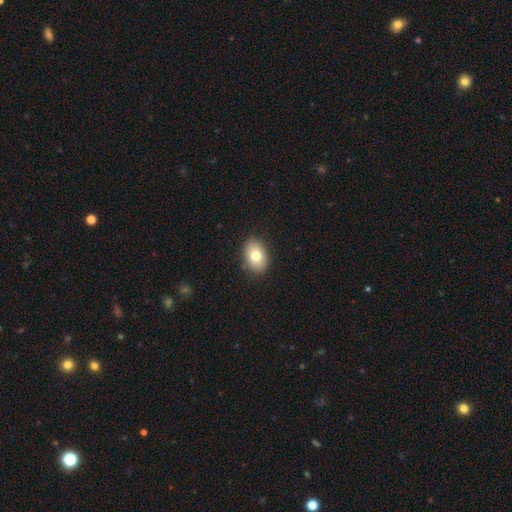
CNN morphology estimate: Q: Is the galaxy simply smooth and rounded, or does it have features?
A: smooth — 78%.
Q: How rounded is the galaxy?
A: in between — 83%.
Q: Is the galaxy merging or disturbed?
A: none — 89%.